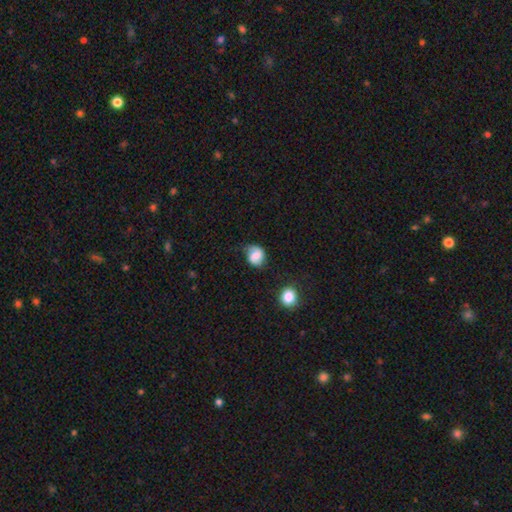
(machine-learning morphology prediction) Smooth or featured: smooth — 54% (featured or disk — 37%)
How rounded: round — 63% (in between — 36%)
Merging: none — 48% (minor disturbance — 32%)